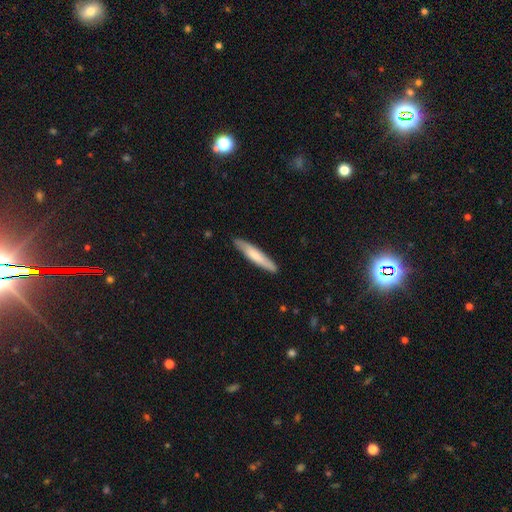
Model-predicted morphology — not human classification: Smooth or featured? smooth (69%)
How rounded? cigar-shaped (91%)
Merging? none (88%)